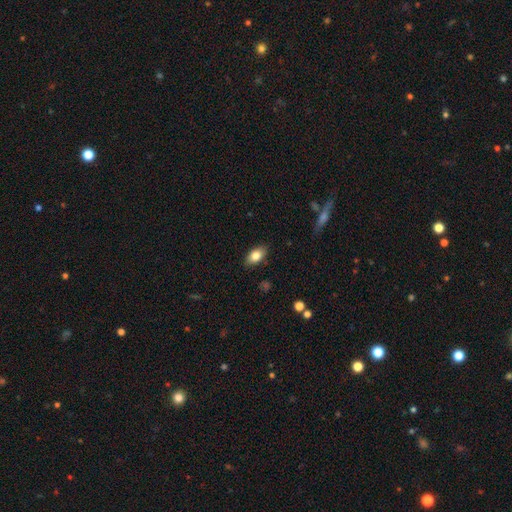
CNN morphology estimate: The model was most divided on "smooth or featured": smooth: 82%, featured or disk: 10%, star or artifact: 7%. More confident: how rounded — in between (90%); merging — none (87%).